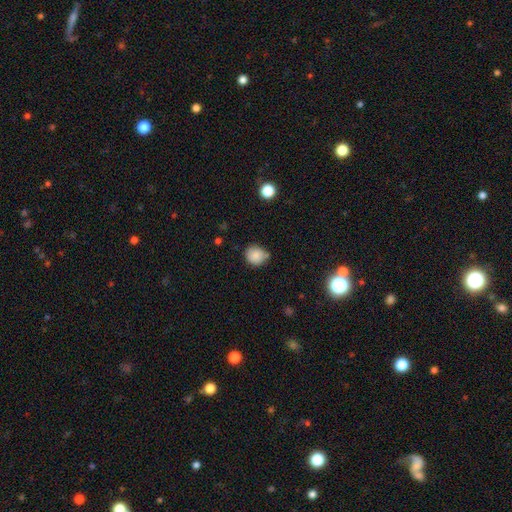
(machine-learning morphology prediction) smooth-or-featured: smooth: 83% | star or artifact: 10% | featured or disk: 7%
  how-rounded: round: 80% | in between: 19% | cigar-shaped: 1%
  merging: none: 65% | minor disturbance: 26% | merger: 5% | major disturbance: 4%